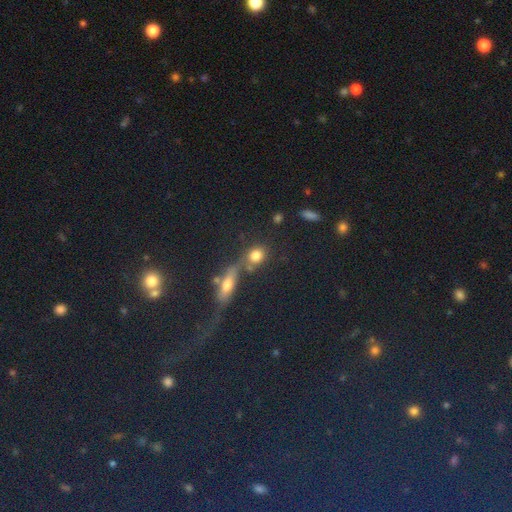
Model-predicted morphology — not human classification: Smooth or featured? smooth (76%)
How rounded? round (60%)
Merging? none (58%)